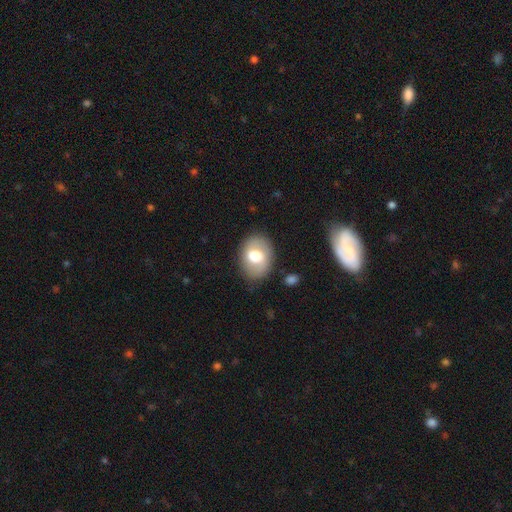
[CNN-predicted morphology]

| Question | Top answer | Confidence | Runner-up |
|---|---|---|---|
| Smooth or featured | smooth | 67% | featured or disk (26%) |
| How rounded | in between | 66% | round (33%) |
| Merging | none | 81% | minor disturbance (13%) |